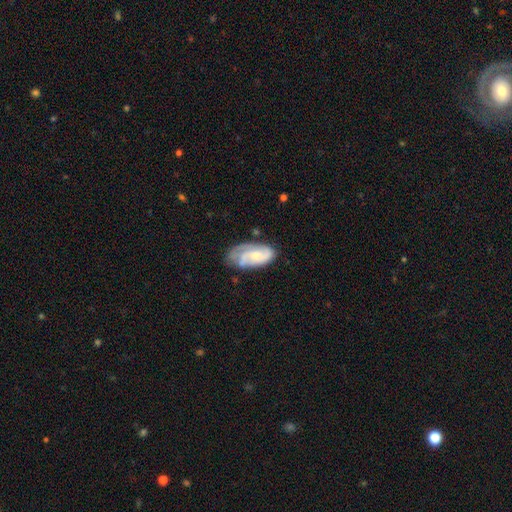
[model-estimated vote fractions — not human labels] Smooth or featured? featured or disk (71%)
Edge-on disk? no (96%)
Bar? no (65%)
Spiral arms? yes (91%)
Spiral winding? tight (42%)
Spiral arm count? 2 (48%)
Bulge size? small (56%)
Merging? none (55%)